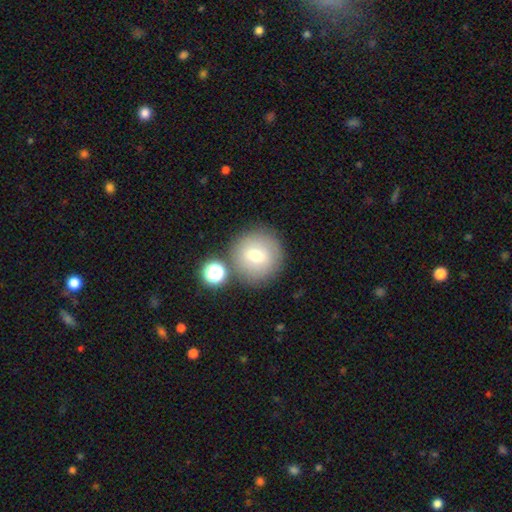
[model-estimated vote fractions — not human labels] smooth 70%, featured or disk 18%, star or artifact 11%. Down the decision tree: how rounded — round (93%); merging — none (75%).